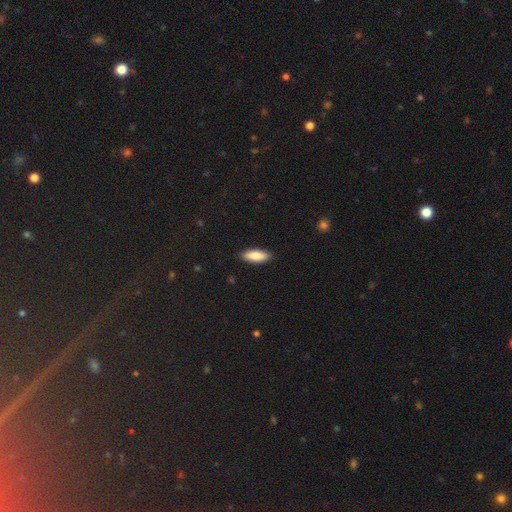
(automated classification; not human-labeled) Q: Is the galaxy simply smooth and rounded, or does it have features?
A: smooth — 86%.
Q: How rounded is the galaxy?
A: in between — 72%.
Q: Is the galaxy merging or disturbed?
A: none — 90%.